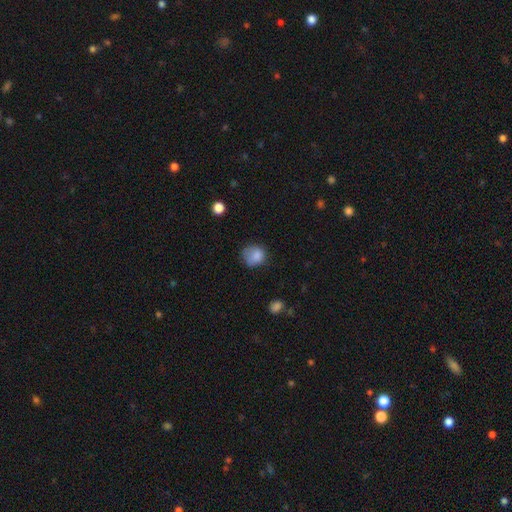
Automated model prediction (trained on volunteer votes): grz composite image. It shows a smooth galaxy with no disk features (82%) that is round (74%). Merging: none (55%).